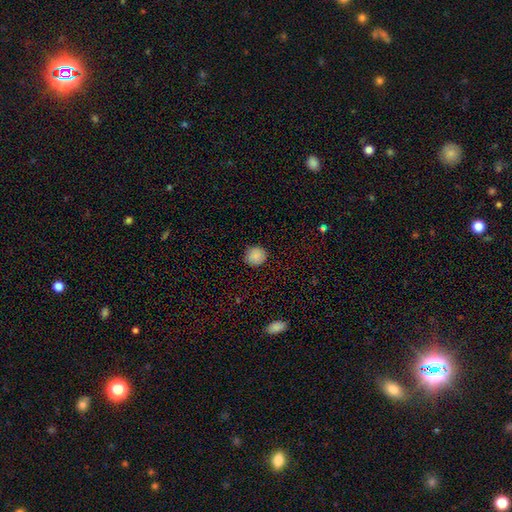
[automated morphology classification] Smooth or featured? smooth (88%)
How rounded? round (87%)
Merging? none (89%)